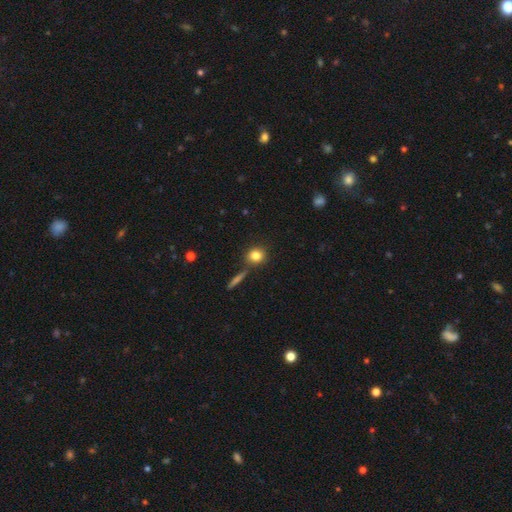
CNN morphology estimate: Q: Smooth or featured?
A: smooth (82%); runner-up: star or artifact (10%)
Q: How rounded?
A: round (82%); runner-up: in between (16%)
Q: Merging?
A: none (74%); runner-up: merger (11%)